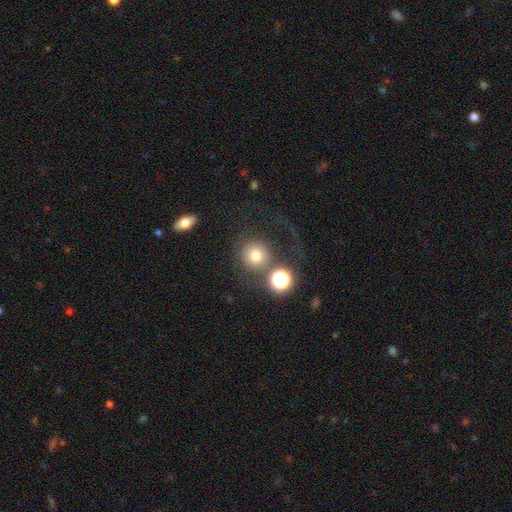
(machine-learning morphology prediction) Smooth or featured? smooth (70%)
How rounded? round (93%)
Merging? none (57%)